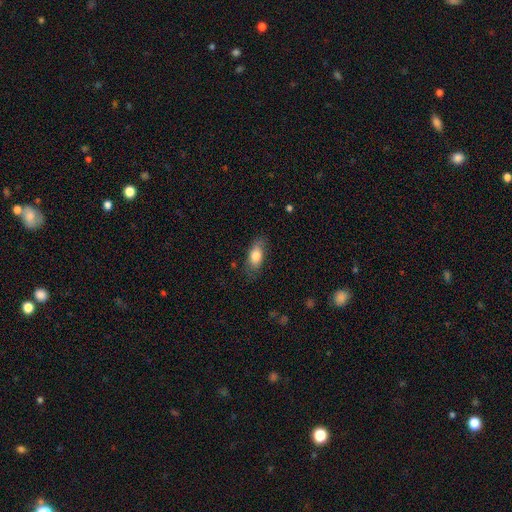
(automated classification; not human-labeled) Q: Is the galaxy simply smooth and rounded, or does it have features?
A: smooth — 79%.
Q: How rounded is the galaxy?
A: in between — 86%.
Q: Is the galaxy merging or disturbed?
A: none — 74%.